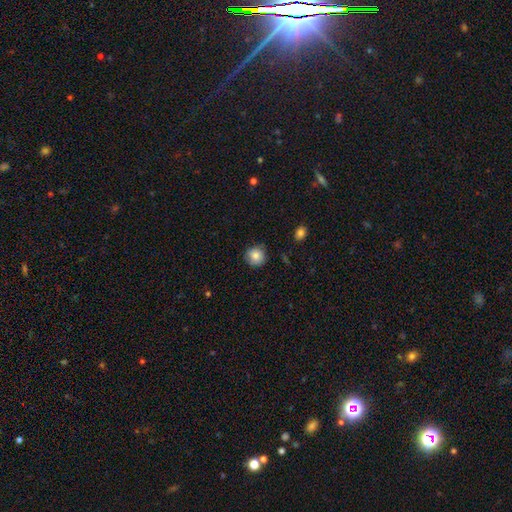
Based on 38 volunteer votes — Smooth or featured?
  - smooth: 84% *
  - featured or disk: 8%
  - star or artifact: 8%
How rounded?
  - round: 91% *
  - in between: 9%
  - cigar-shaped: 0%
Merging?
  - none: 83% *
  - minor disturbance: 17%
  - major disturbance: 0%
  - merger: 0%